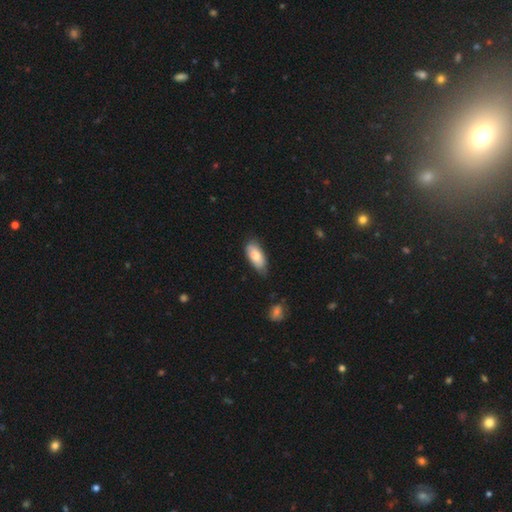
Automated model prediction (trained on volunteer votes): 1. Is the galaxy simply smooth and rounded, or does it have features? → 77% smooth, 17% featured or disk, 6% star or artifact.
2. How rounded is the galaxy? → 88% in between, 10% cigar-shaped, 2% round.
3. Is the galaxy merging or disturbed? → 67% none, 27% minor disturbance, 4% major disturbance, 2% merger.